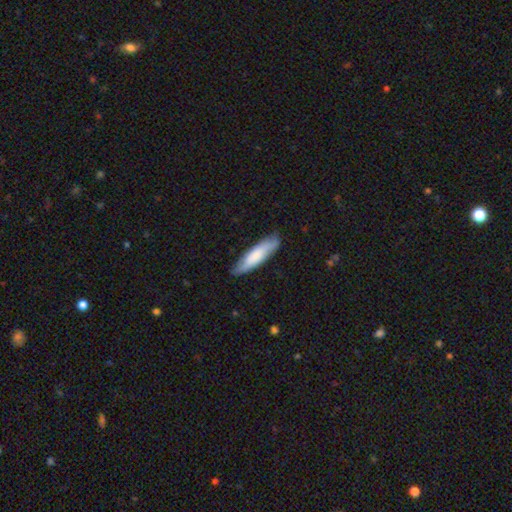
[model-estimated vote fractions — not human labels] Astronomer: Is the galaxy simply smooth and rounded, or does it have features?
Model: smooth — 71%.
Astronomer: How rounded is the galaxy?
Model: cigar-shaped — 68%.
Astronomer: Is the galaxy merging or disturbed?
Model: none — 83%.